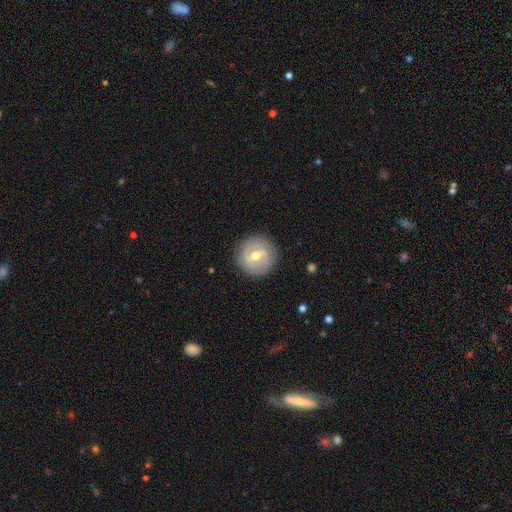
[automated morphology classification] Overall: featured or disk (62%; smooth 31%). Edge-on disk: no (96%). Bar: weak (52%; no 26%). Spiral arms: yes (60%; no 40%). Bulge size: moderate (78%). Merging: none (85%).